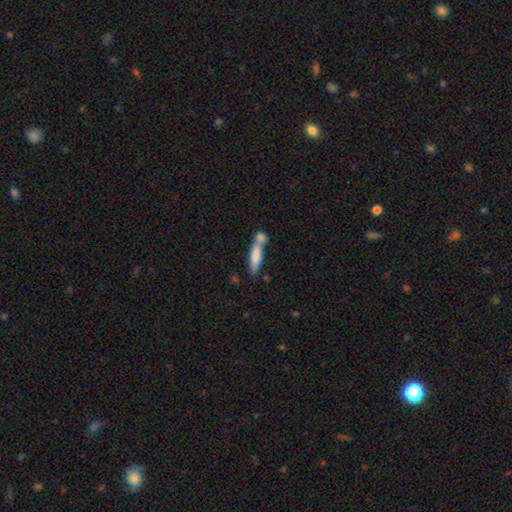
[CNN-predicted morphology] A smooth galaxy with no disk features (77%) that is cigar-shaped (69%). Merging: merger (46%).